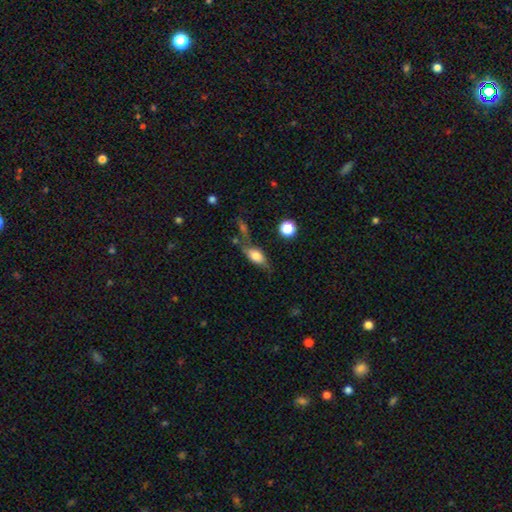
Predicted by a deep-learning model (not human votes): A smooth galaxy with no disk features (62%) that is in between round and cigar-shaped (78%).

Vote fractions:
- Smooth or featured? smooth: 62% / featured or disk: 29% / star or artifact: 9%
- How rounded? in between: 78% / cigar-shaped: 15% / round: 8%
- Merging? none: 52% / minor disturbance: 23% / merger: 13% / major disturbance: 12%